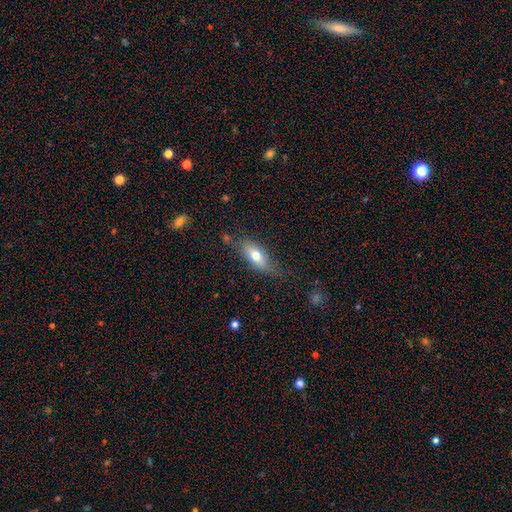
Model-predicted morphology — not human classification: Smooth or featured: smooth — 67% (featured or disk — 25%)
How rounded: in between — 76% (cigar-shaped — 20%)
Merging: none — 65% (minor disturbance — 25%)